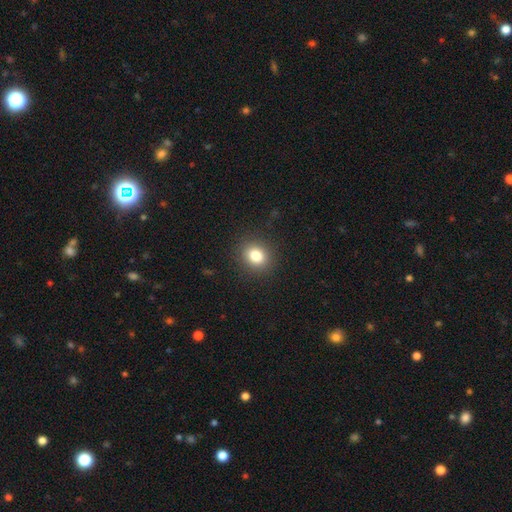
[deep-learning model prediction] The model was most divided on "how rounded": round: 67%, in between: 32%, cigar-shaped: 1%. More confident: merging — none (89%); smooth or featured — smooth (82%).